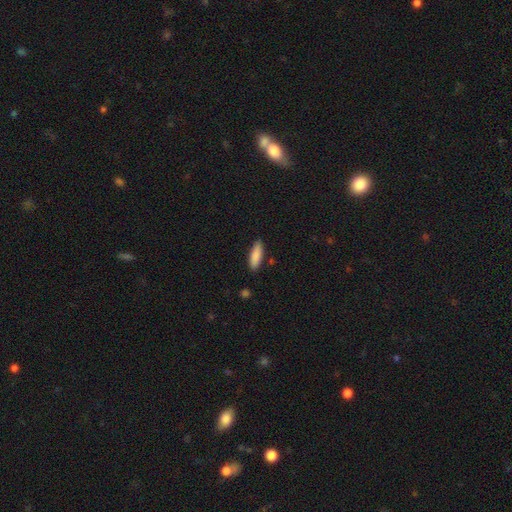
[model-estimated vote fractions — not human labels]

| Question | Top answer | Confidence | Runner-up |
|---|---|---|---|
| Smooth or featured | smooth | 88% | featured or disk (7%) |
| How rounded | in between | 52% | cigar-shaped (46%) |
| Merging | none | 85% | minor disturbance (11%) |